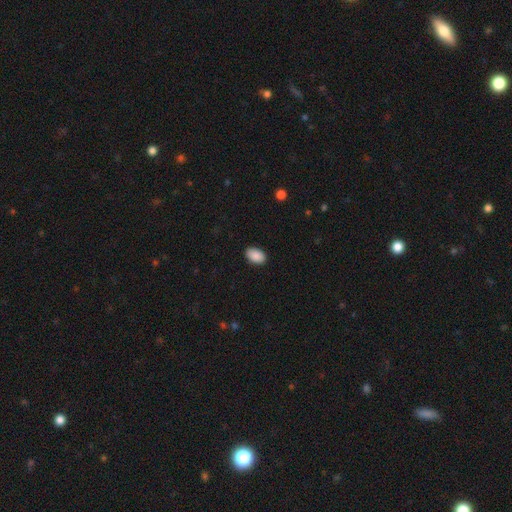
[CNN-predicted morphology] Smooth or featured? smooth (90%)
How rounded? in between (91%)
Merging? none (89%)